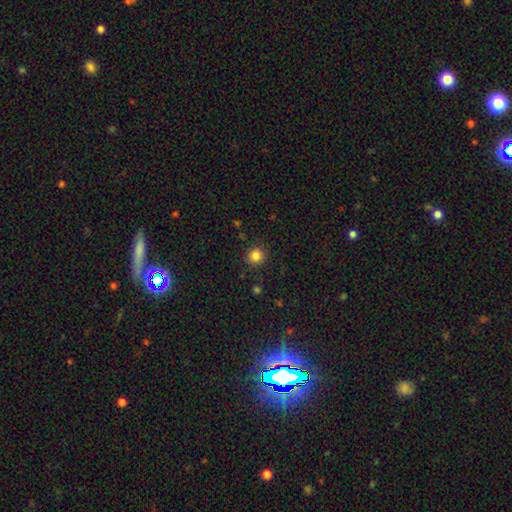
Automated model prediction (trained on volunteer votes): Overall: smooth (84%). How rounded: round (91%). Merging: none (90%).